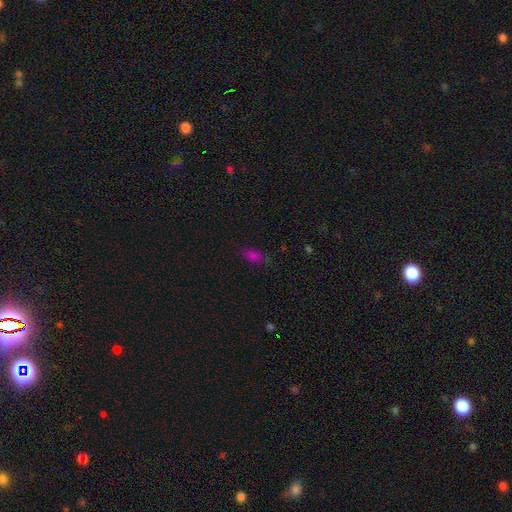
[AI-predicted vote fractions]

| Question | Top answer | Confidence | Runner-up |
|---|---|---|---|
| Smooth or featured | smooth | 76% | star or artifact (14%) |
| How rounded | in between | 83% | cigar-shaped (11%) |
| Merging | none | 76% | minor disturbance (18%) |